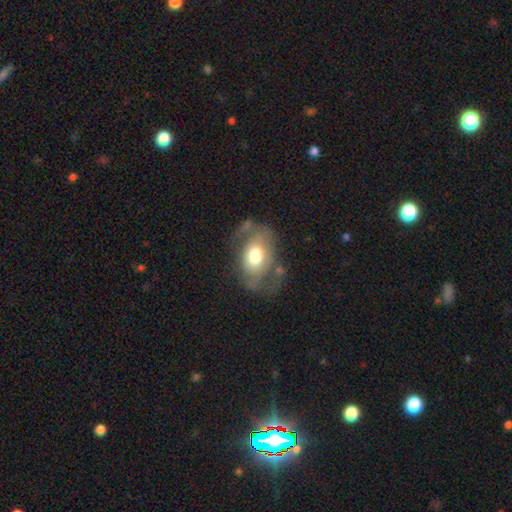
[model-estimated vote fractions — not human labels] Morphology: type=smooth (53%); roundness=in between (81%); merging=none (44%).